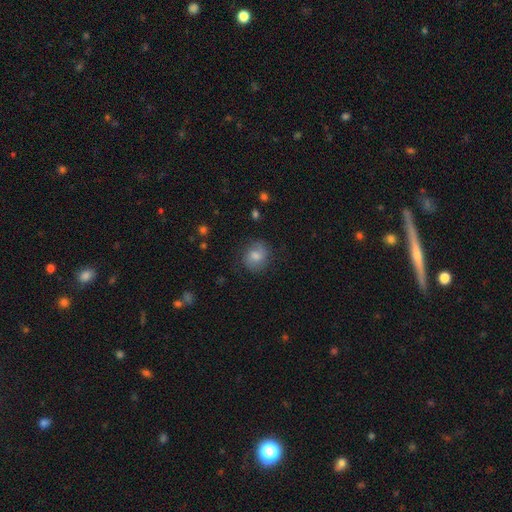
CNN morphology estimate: A smooth galaxy with no disk features (62%) that is round (73%).

Vote fractions:
- Smooth or featured? smooth: 62% / featured or disk: 26% / star or artifact: 12%
- How rounded? round: 73% / in between: 26% / cigar-shaped: 1%
- Merging? none: 80% / minor disturbance: 14% / major disturbance: 5% / merger: 1%